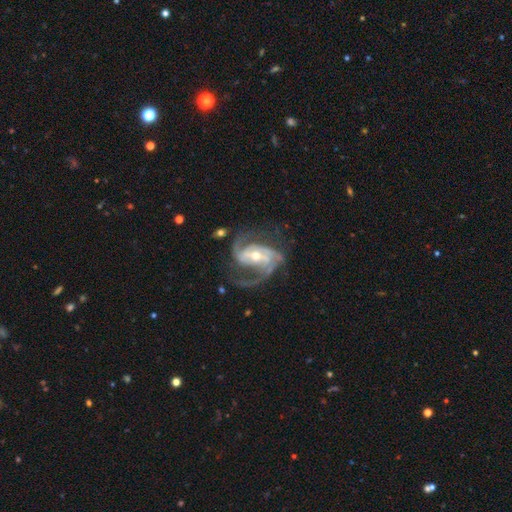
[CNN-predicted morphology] Q: Smooth or featured?
A: featured or disk (91%); runner-up: star or artifact (5%)
Q: Edge-on disk?
A: no (97%); runner-up: yes (3%)
Q: Bar?
A: weak (37%); runner-up: strong (36%)
Q: Spiral arms?
A: yes (97%); runner-up: no (3%)
Q: Spiral winding?
A: medium (53%); runner-up: loose (24%)
Q: Spiral arm count?
A: 2 (50%); runner-up: 3 (28%)
Q: Bulge size?
A: moderate (48%); tied with: small (48%)
Q: Merging?
A: none (57%); runner-up: major disturbance (22%)